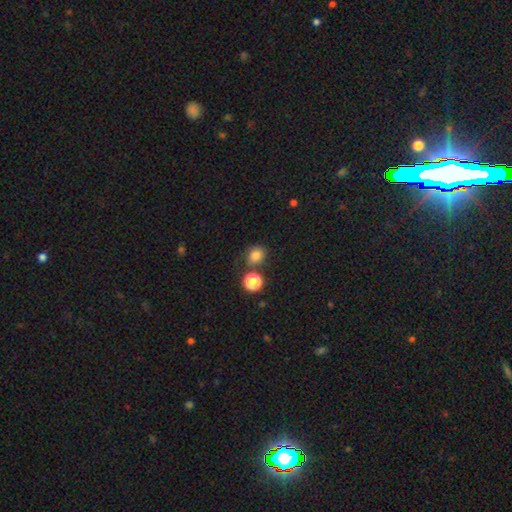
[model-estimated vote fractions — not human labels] Q: Smooth or featured?
A: smooth (80%); runner-up: star or artifact (14%)
Q: How rounded?
A: round (70%); runner-up: in between (29%)
Q: Merging?
A: none (66%); runner-up: minor disturbance (15%)